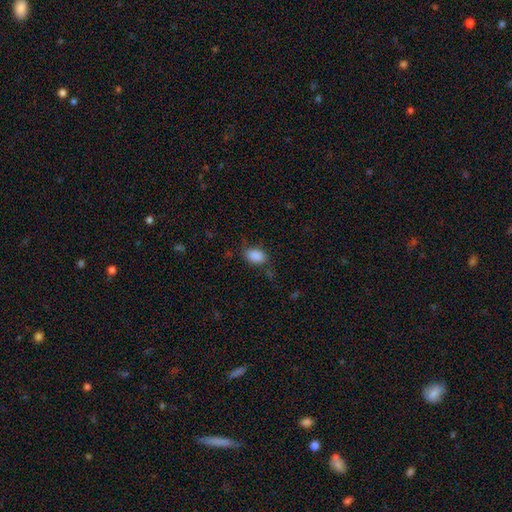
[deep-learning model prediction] smooth-or-featured: smooth: 87% | star or artifact: 9% | featured or disk: 4%
  how-rounded: in between: 83% | round: 15% | cigar-shaped: 1%
  merging: none: 72% | minor disturbance: 20% | major disturbance: 6% | merger: 2%